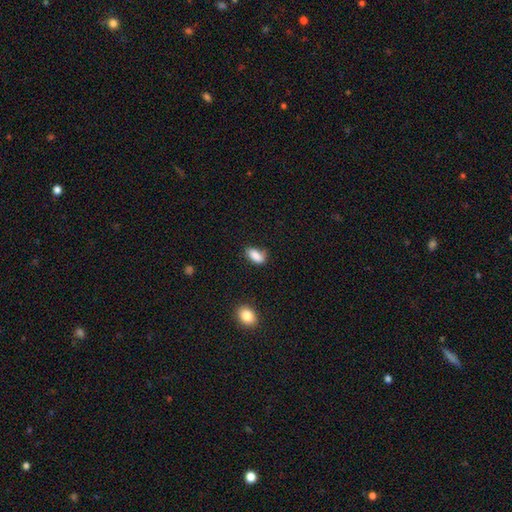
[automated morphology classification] Smooth or featured? Predicted: smooth (p=0.85). How rounded? Predicted: in between (p=0.88). Merging? Predicted: none (p=0.61).